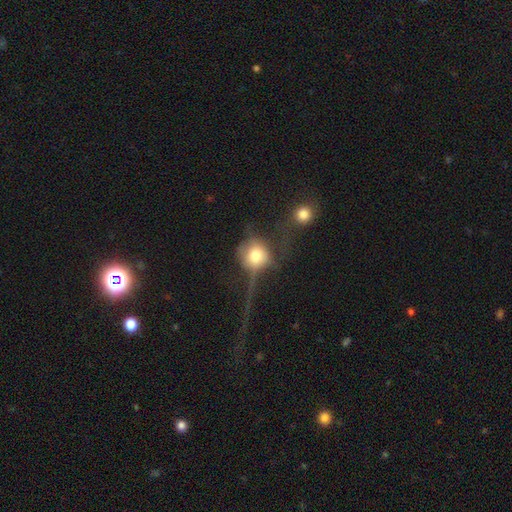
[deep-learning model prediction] This appears to be a smooth galaxy with no disk features (60%) that is round (87%). Merging: none (39%).